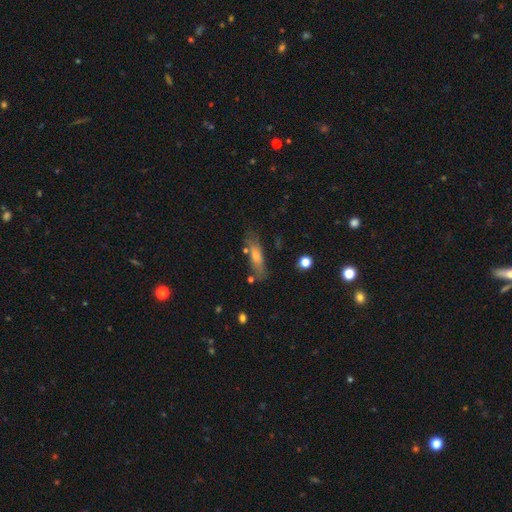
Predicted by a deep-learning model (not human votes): A smooth galaxy with no disk features (51%) that is cigar-shaped (60%).

Vote fractions:
- Smooth or featured? smooth: 51% / featured or disk: 38% / star or artifact: 11%
- How rounded? cigar-shaped: 60% / in between: 37% / round: 3%
- Merging? none: 72% / minor disturbance: 18% / major disturbance: 6% / merger: 4%